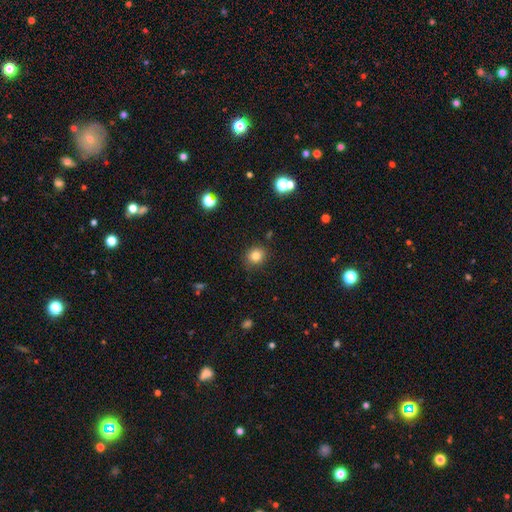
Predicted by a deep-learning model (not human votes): Morphology: type=smooth (82%); roundness=round (81%); merging=none (88%).